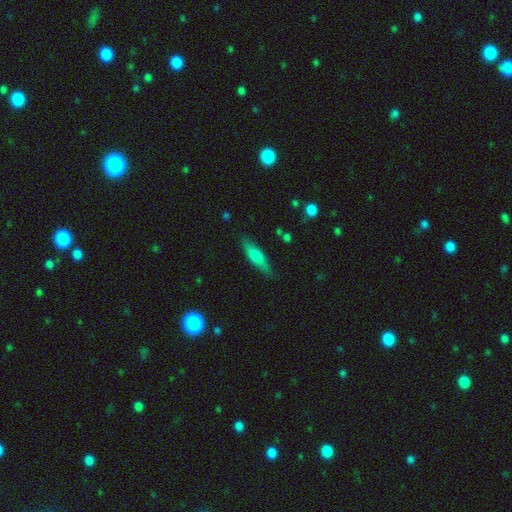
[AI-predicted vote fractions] This is likely a smooth galaxy (67%). How rounded: likely cigar-shaped (66%). Merging: clearly none (83%).